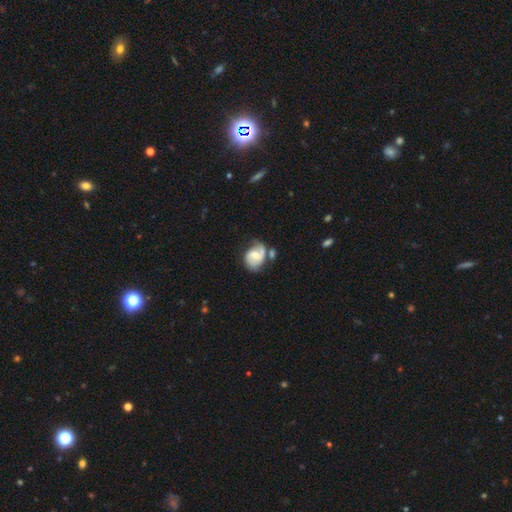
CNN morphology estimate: A featured or disk galaxy (65%) with a weak bar (46%), 2 (71%) medium (47%) spiral arms (88%) and a moderate central bulge (47%). Merging: none (47%).